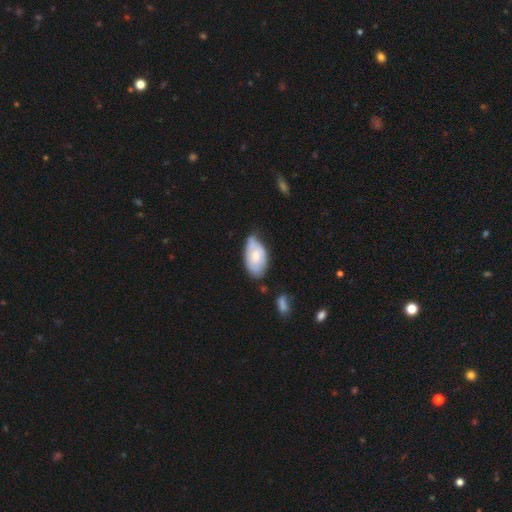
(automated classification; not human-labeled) Smooth or featured? Predicted: smooth (p=0.53). How rounded? Predicted: in between (p=0.93). Merging? Predicted: none (p=0.48).